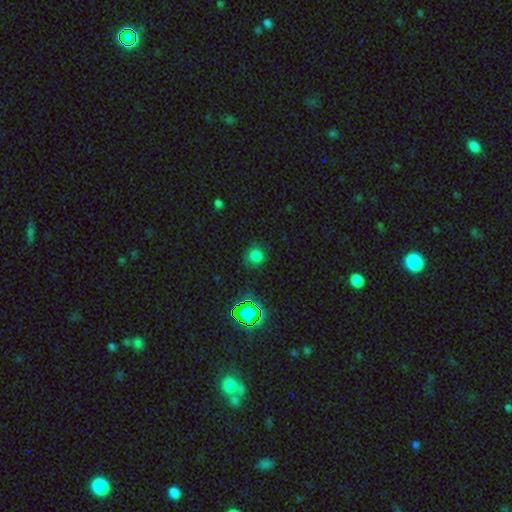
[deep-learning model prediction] Smooth or featured? Predicted: smooth (p=0.71). How rounded? Predicted: round (p=0.90). Merging? Predicted: none (p=0.81).